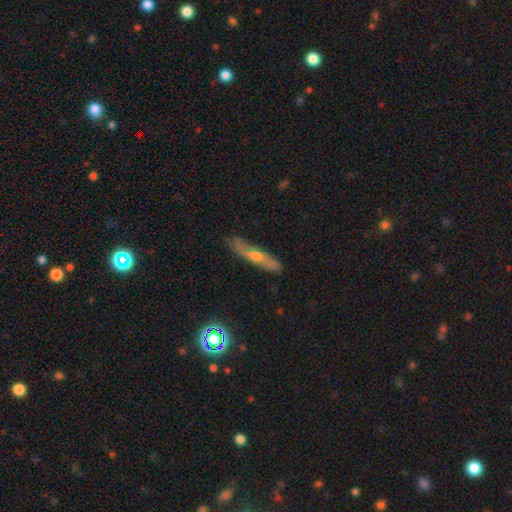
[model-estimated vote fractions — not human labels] Smooth or featured?
  - featured or disk: 56% *
  - smooth: 35%
  - star or artifact: 8%
Edge-on disk?
  - yes: 66% *
  - no: 34%
Merging?
  - none: 80% *
  - minor disturbance: 15%
  - major disturbance: 3%
  - merger: 1%